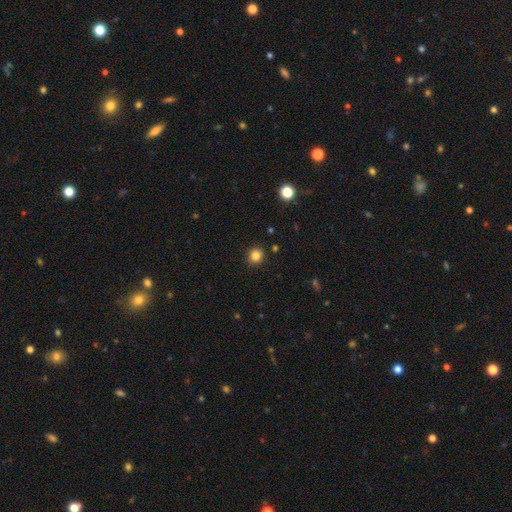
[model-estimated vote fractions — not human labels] Q: Smooth or featured?
A: smooth (82%); runner-up: star or artifact (12%)
Q: How rounded?
A: round (88%); runner-up: in between (11%)
Q: Merging?
A: none (89%); runner-up: minor disturbance (8%)